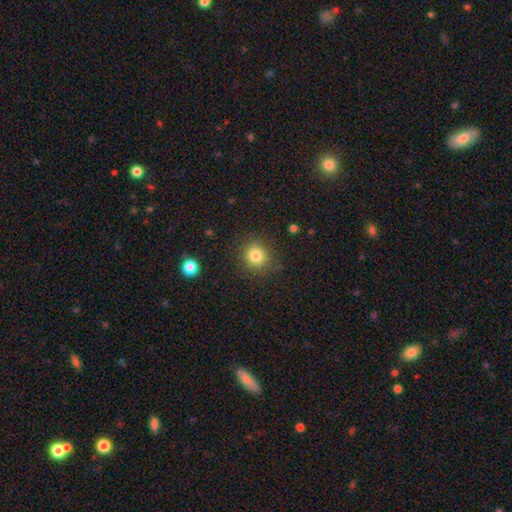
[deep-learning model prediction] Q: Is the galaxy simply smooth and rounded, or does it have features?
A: smooth — 81%.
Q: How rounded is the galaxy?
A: round — 86%.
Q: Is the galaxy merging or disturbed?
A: none — 85%.